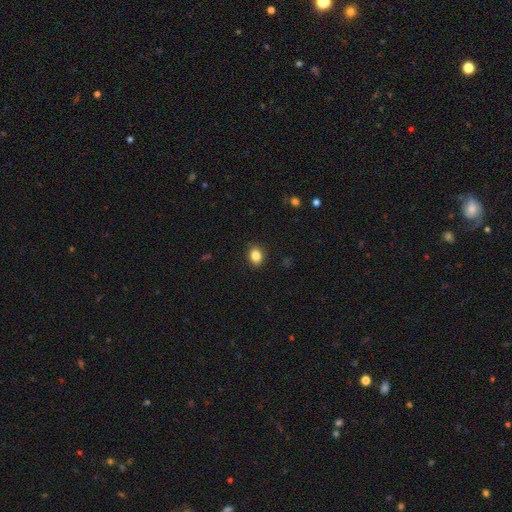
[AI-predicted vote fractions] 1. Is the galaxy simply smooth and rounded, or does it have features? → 84% smooth, 10% star or artifact, 6% featured or disk.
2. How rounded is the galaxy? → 50% in between, 49% round, 1% cigar-shaped.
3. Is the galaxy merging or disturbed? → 90% none, 7% minor disturbance, 2% major disturbance, 1% merger.